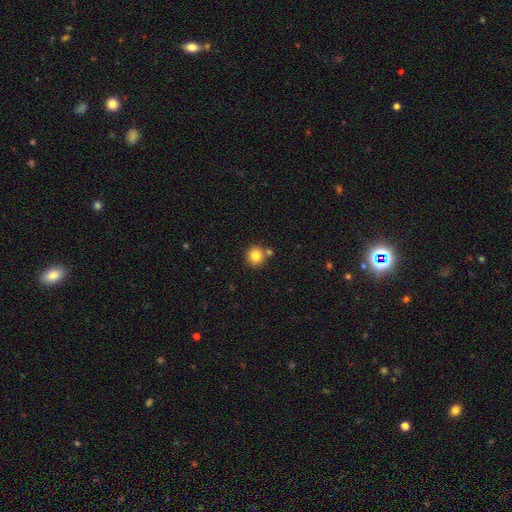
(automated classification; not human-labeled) Smooth or featured?
  - smooth: 82% *
  - star or artifact: 11%
  - featured or disk: 7%
How rounded?
  - round: 93% *
  - in between: 6%
  - cigar-shaped: 1%
Merging?
  - none: 78% *
  - merger: 12%
  - minor disturbance: 8%
  - major disturbance: 2%